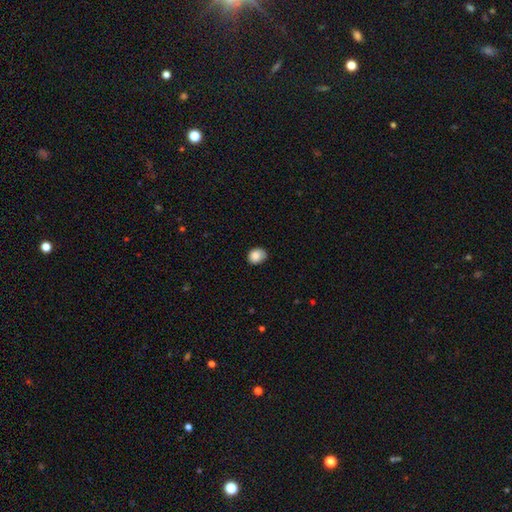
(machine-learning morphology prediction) This is clearly a smooth galaxy (86%). How rounded: possibly round (57%). Merging: likely none (71%).